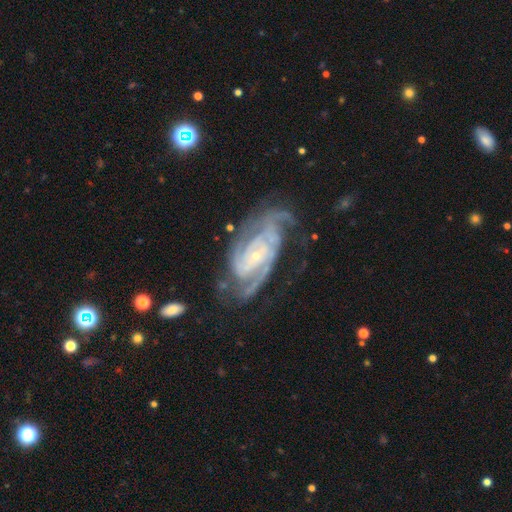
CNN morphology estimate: smooth_or_featured: featured or disk (p=0.91) [alt: star or artifact p=0.05]
disk_edge_on: no (p=0.97) [alt: yes p=0.03]
bar: no (p=0.52) [alt: weak p=0.32]
has_spiral_arms: yes (p=0.98) [alt: no p=0.02]
spiral_winding: tight (p=0.56) [alt: medium p=0.38]
spiral_arm_count: 3 (p=0.33) [alt: 2 p=0.31]
bulge_size: small (p=0.81) [alt: moderate p=0.15]
merging: none (p=0.64) [alt: minor disturbance p=0.21]